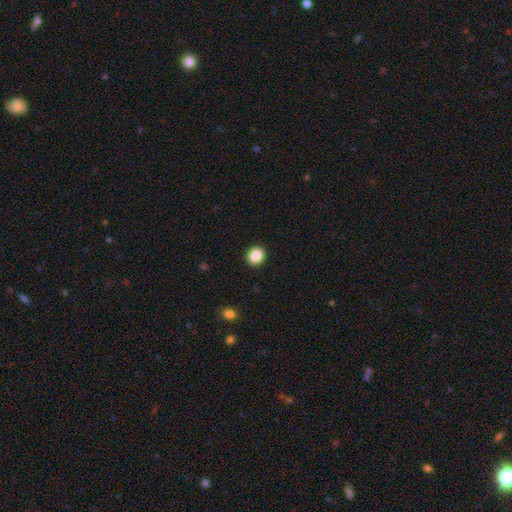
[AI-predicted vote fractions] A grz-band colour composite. It shows a smooth galaxy with no disk features (87%) that is round (89%). Merging: none (93%).